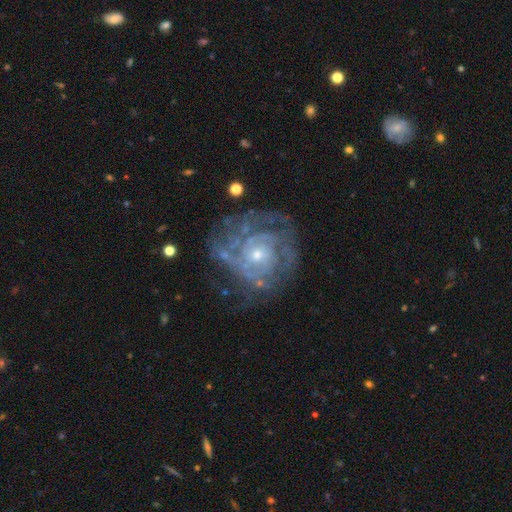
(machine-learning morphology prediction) The model was most divided on "bulge size": small: 60%, moderate: 36%, none: 2%, large: 2%, dominant: 1%. Remaining: edge-on disk — no (97%); spiral arms — yes (86%); smooth or featured — featured or disk (84%); bar — no (77%); spiral winding — tight (70%); merging — none (65%); spiral arm count — can't tell (45%).